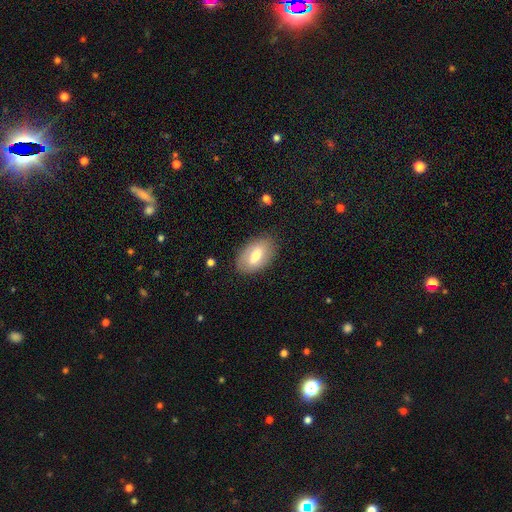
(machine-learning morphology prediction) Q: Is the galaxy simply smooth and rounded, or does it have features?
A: smooth — 62%.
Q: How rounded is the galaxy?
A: in between — 92%.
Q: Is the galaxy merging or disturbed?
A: none — 83%.